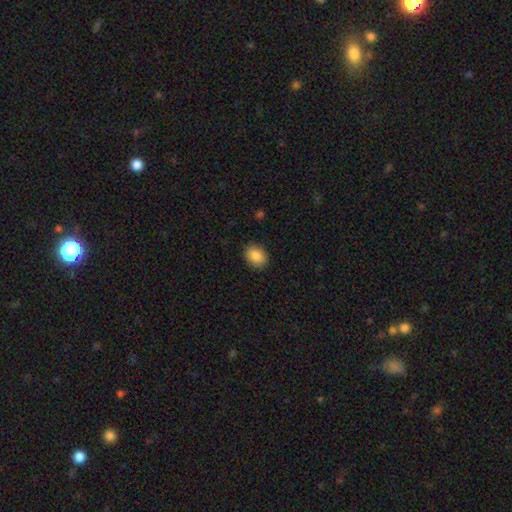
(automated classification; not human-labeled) Morphology: type=smooth (87%); roundness=in between (59%); merging=none (87%).